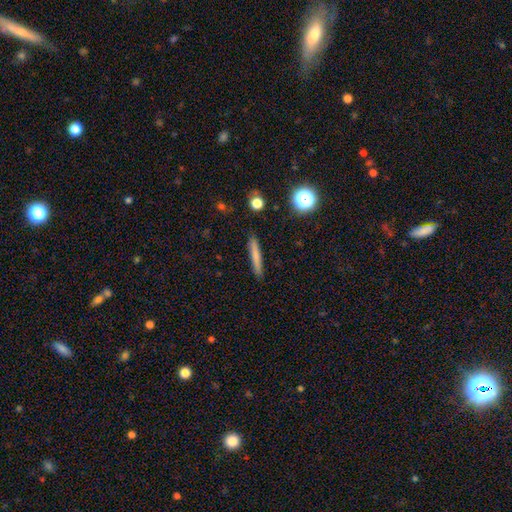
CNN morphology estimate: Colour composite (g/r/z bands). It shows a smooth galaxy with no disk features (72%) that is cigar-shaped (93%). Merging: none (89%).